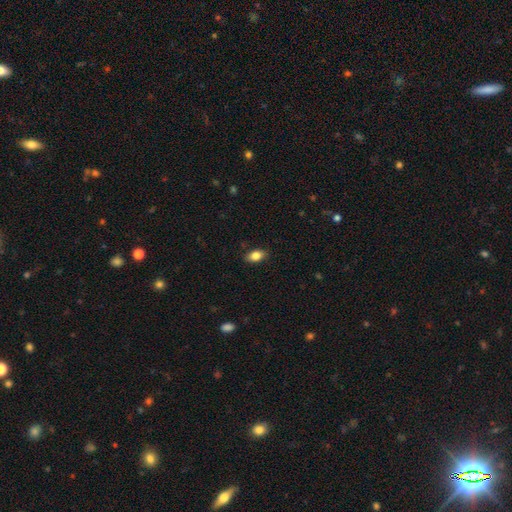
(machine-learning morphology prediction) The model was most divided on "smooth or featured": smooth: 84%, featured or disk: 8%, star or artifact: 8%. More confident: how rounded — in between (88%); merging — none (87%).